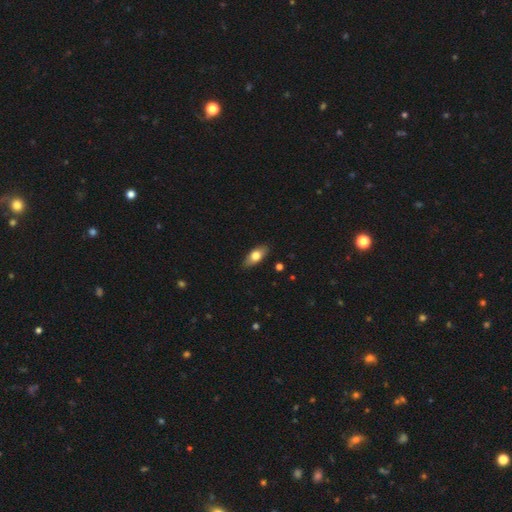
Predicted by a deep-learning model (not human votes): A smooth galaxy with no disk features (71%) that is in between round and cigar-shaped (83%).

Vote fractions:
- Smooth or featured? smooth: 71% / featured or disk: 22% / star or artifact: 6%
- How rounded? in between: 83% / cigar-shaped: 13% / round: 4%
- Merging? none: 86% / minor disturbance: 11% / major disturbance: 2% / merger: 1%